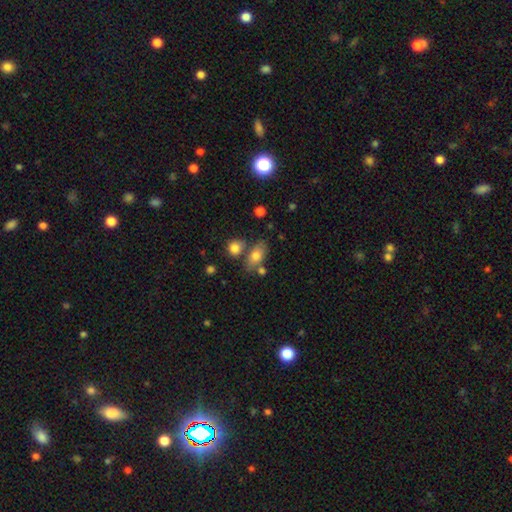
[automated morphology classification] type=smooth (75%); roundness=in between (85%); merging=none (59%).